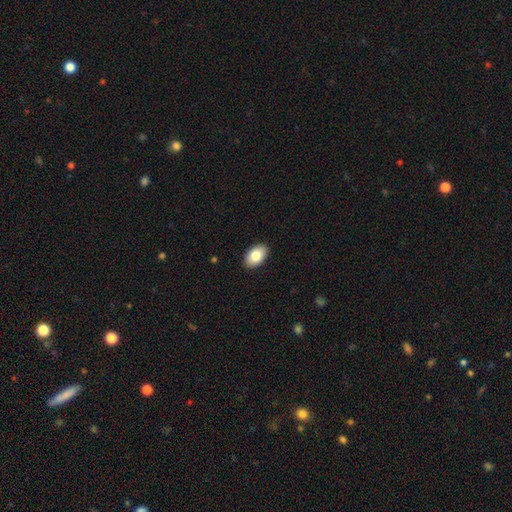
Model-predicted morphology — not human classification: smooth_or_featured: smooth (p=0.84) [alt: featured or disk p=0.10]
how_rounded: in between (p=0.93) [alt: round p=0.06]
merging: none (p=0.90) [alt: minor disturbance p=0.07]